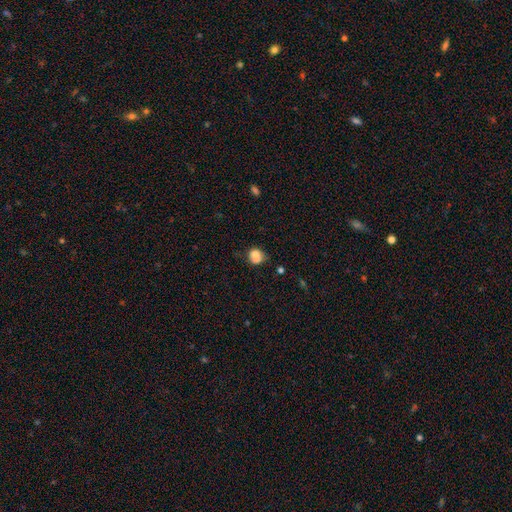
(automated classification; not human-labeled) A smooth galaxy with no disk features (72%) that is round (70%). Merging: merger (38%).